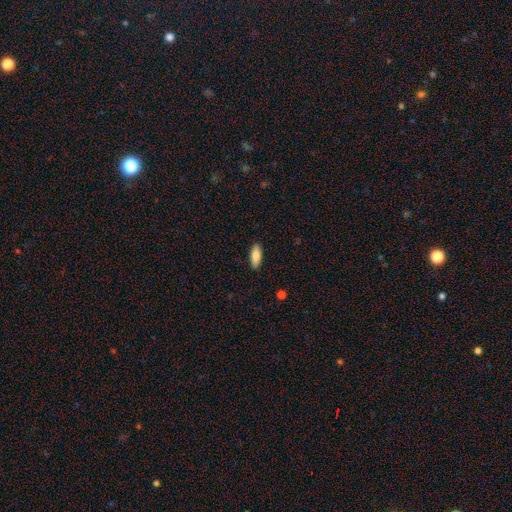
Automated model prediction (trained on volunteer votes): Overall: smooth (81%). How rounded: in between (71%). Merging: none (89%).